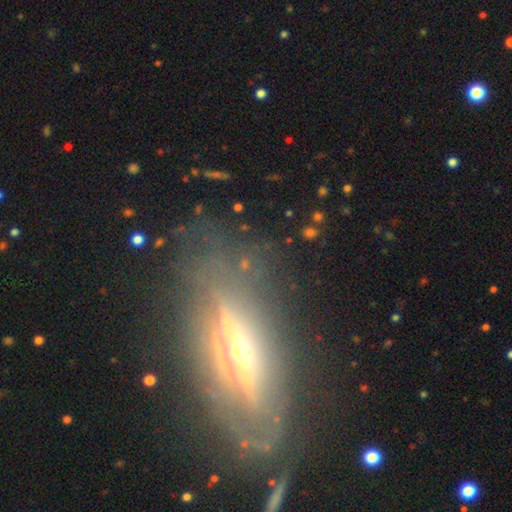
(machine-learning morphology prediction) The model was most divided on "merging": none: 72%, minor disturbance: 15%, major disturbance: 10%, merger: 3%. More confident: edge-on bulge — rounded (90%); edge-on disk — yes (81%); smooth or featured — featured or disk (74%).